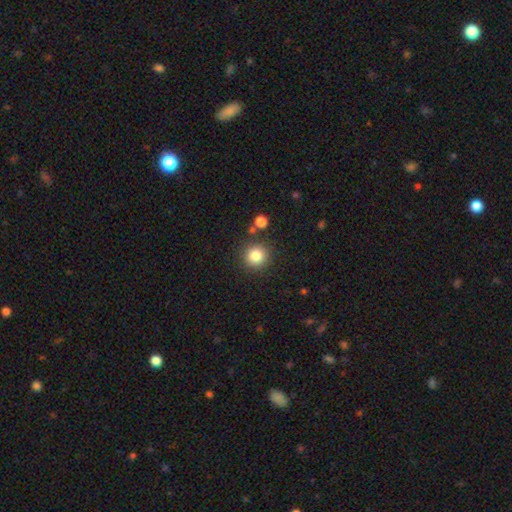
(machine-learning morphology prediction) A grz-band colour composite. It shows a smooth galaxy with no disk features (83%) that is round (94%). Merging: none (85%).